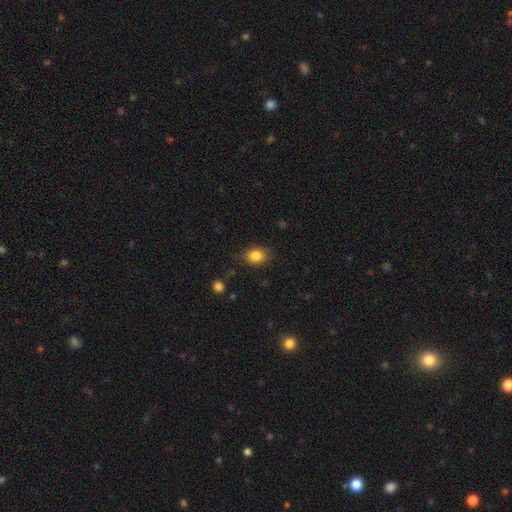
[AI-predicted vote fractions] A smooth galaxy with no disk features (85%) that is in between round and cigar-shaped (55%). Merging: none (82%).